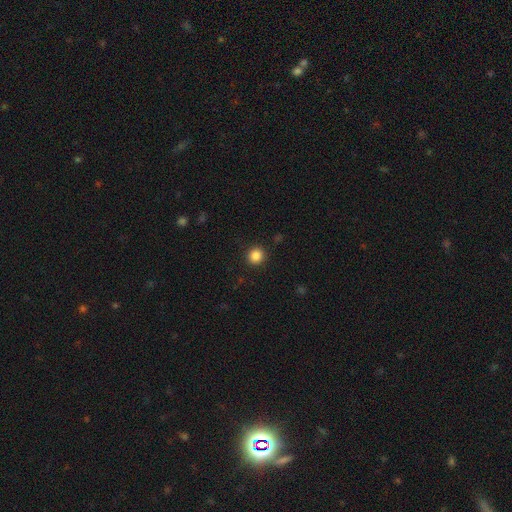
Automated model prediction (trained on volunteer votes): smooth_or_featured: smooth (p=0.86) [alt: star or artifact p=0.11]
how_rounded: round (p=0.92) [alt: in between p=0.08]
merging: none (p=0.92) [alt: minor disturbance p=0.05]